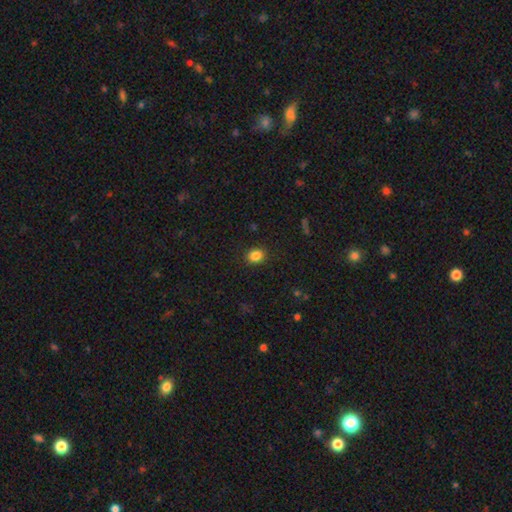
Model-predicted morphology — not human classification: Smooth or featured?
  - smooth: 85% *
  - star or artifact: 11%
  - featured or disk: 4%
How rounded?
  - round: 65% *
  - in between: 34%
  - cigar-shaped: 1%
Merging?
  - none: 90% *
  - minor disturbance: 7%
  - major disturbance: 2%
  - merger: 1%